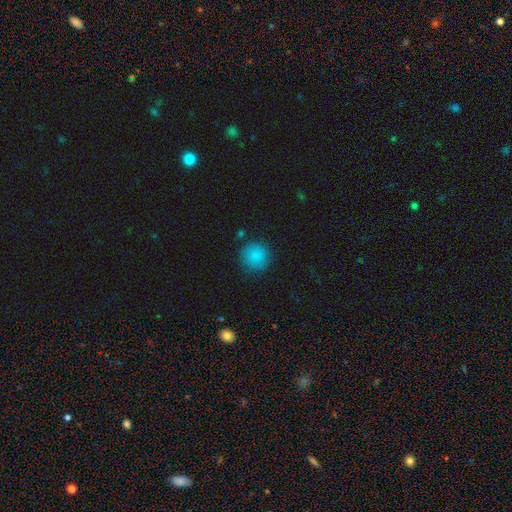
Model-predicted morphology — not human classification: Smooth or featured: smooth — 86% (star or artifact — 10%)
How rounded: round — 93% (in between — 6%)
Merging: none — 84% (minor disturbance — 11%)